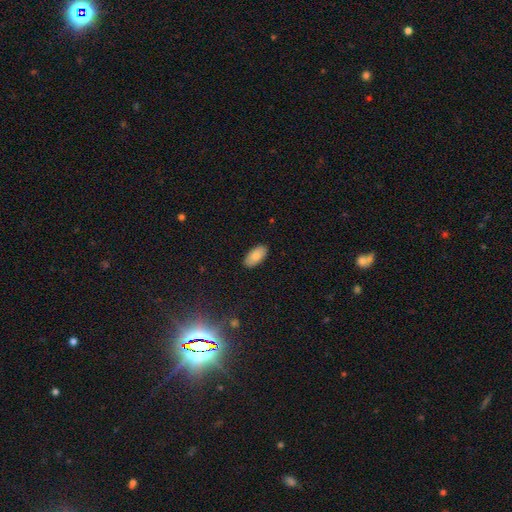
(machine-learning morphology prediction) smooth_or_featured: smooth (p=0.85) [alt: featured or disk p=0.08]
how_rounded: in between (p=0.93) [alt: cigar-shaped p=0.05]
merging: none (p=0.89) [alt: minor disturbance p=0.08]